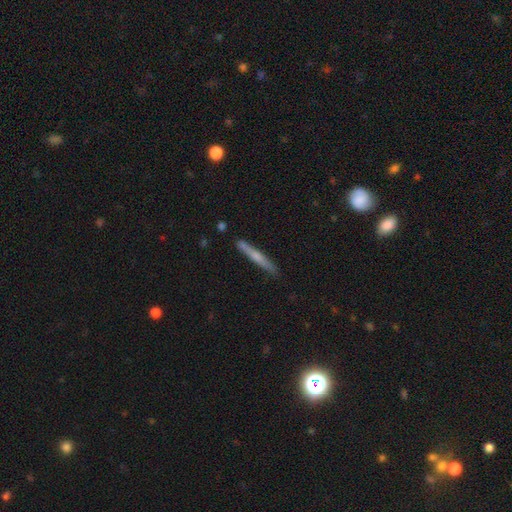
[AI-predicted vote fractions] Q: Smooth or featured?
A: smooth (49%); runner-up: featured or disk (45%)
Q: Merging?
A: none (86%); runner-up: minor disturbance (11%)